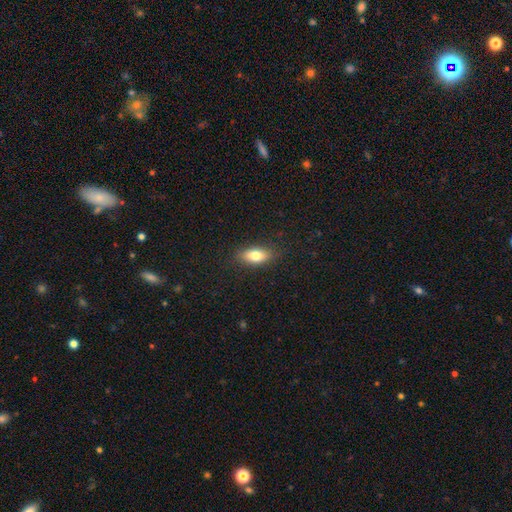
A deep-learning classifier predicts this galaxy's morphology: smooth-or-featured: smooth: 77% | featured or disk: 15% | star or artifact: 8%
  how-rounded: in between: 83% | cigar-shaped: 12% | round: 5%
  merging: none: 86% | minor disturbance: 11% | major disturbance: 3% | merger: 1%